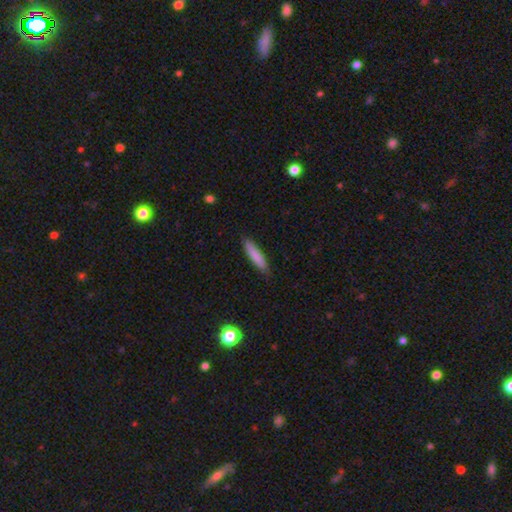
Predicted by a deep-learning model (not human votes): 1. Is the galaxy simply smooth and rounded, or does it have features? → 83% smooth, 11% featured or disk, 6% star or artifact.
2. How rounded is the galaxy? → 84% cigar-shaped, 14% in between, 1% round.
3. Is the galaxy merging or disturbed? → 85% none, 12% minor disturbance, 2% major disturbance, 1% merger.